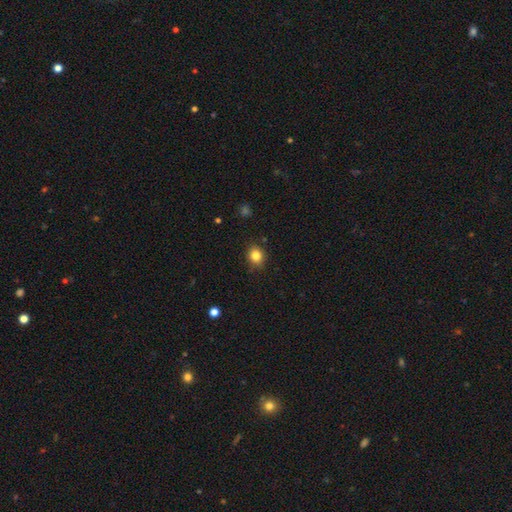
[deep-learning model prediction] Q: Smooth or featured?
A: smooth (83%); runner-up: star or artifact (11%)
Q: How rounded?
A: round (70%); runner-up: in between (29%)
Q: Merging?
A: none (85%); runner-up: minor disturbance (11%)